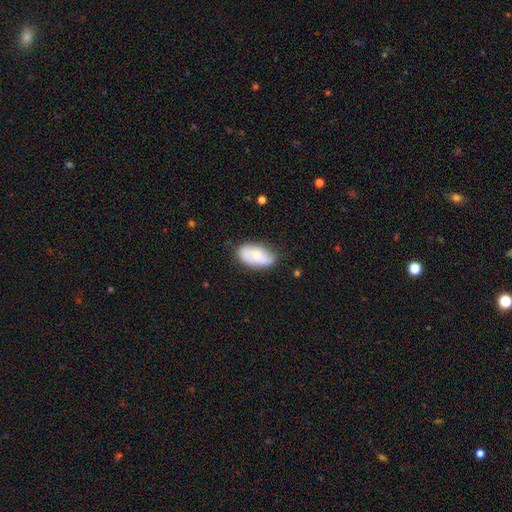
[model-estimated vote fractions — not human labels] This is possibly a smooth galaxy (52%). How rounded: clearly in between (93%). Merging: likely none (68%).